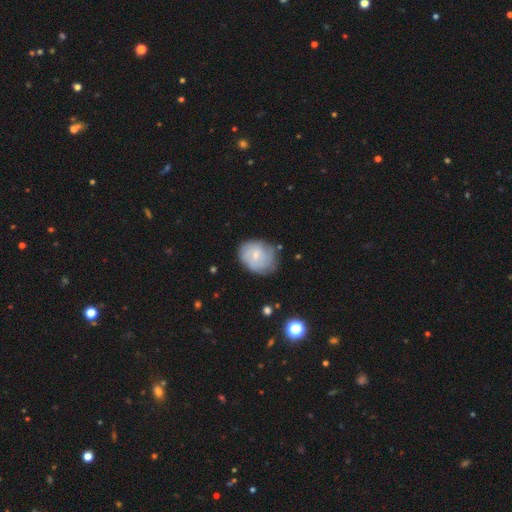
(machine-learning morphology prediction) Smooth or featured: smooth — 56% (featured or disk — 36%)
How rounded: round — 50% (in between — 49%)
Merging: none — 65% (minor disturbance — 25%)